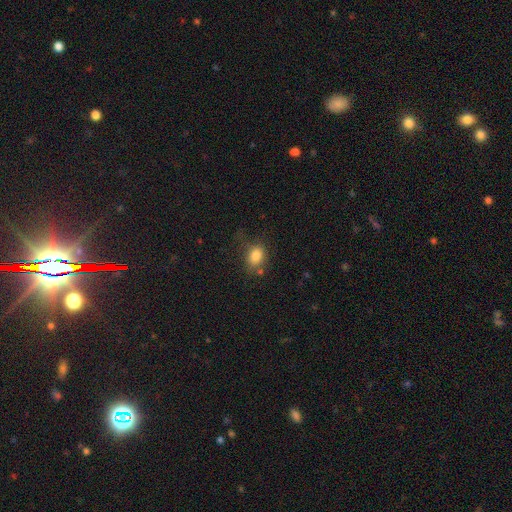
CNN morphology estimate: This appears to be a smooth galaxy with no disk features (83%) that is in between round and cigar-shaped (67%). Merging: none (64%).